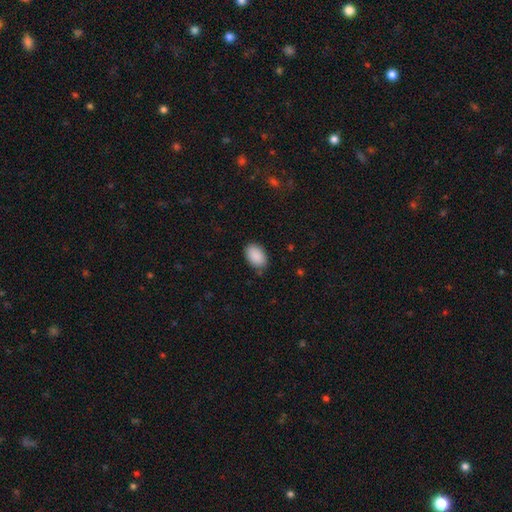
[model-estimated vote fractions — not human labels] Smooth or featured? Predicted: smooth (p=0.90). How rounded? Predicted: in between (p=0.90). Merging? Predicted: none (p=0.83).